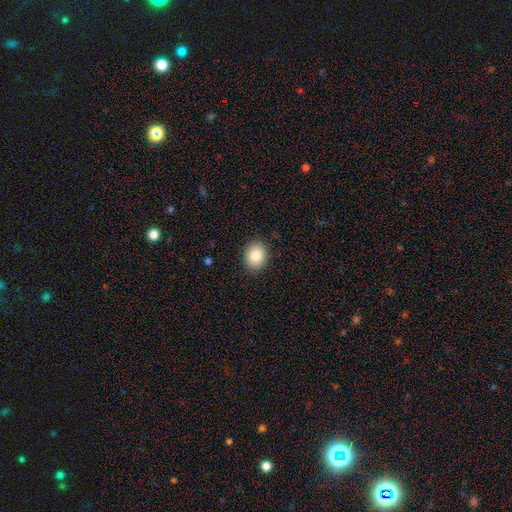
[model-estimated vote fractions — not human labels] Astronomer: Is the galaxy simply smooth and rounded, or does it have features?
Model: smooth — 82%.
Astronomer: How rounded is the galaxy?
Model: round — 63%.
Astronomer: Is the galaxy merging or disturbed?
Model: none — 89%.